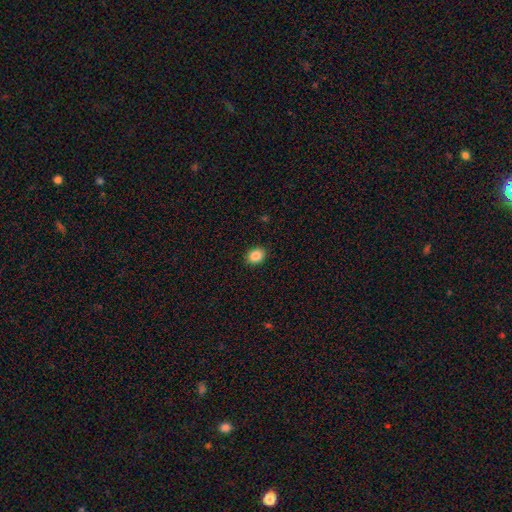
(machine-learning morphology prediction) This appears to be a smooth galaxy with no disk features (87%) that is in between round and cigar-shaped (50%). Merging: none (90%).